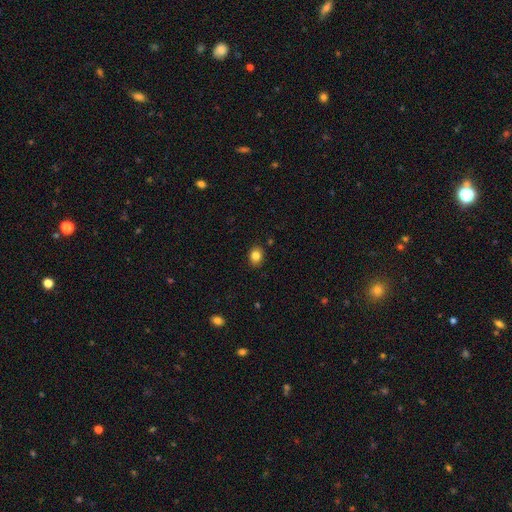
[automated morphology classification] Smooth or featured?
  - smooth: 84% *
  - star or artifact: 10%
  - featured or disk: 6%
How rounded?
  - in between: 50% *
  - round: 49%
  - cigar-shaped: 1%
Merging?
  - none: 88% *
  - minor disturbance: 9%
  - major disturbance: 2%
  - merger: 1%